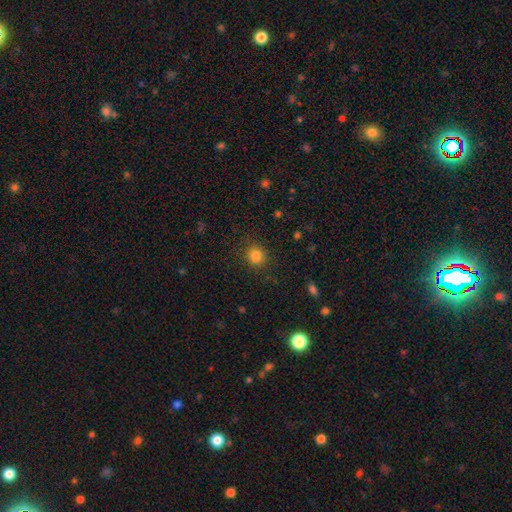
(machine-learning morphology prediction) Smooth or featured? Predicted: smooth (p=0.83). How rounded? Predicted: round (p=0.83). Merging? Predicted: none (p=0.86).